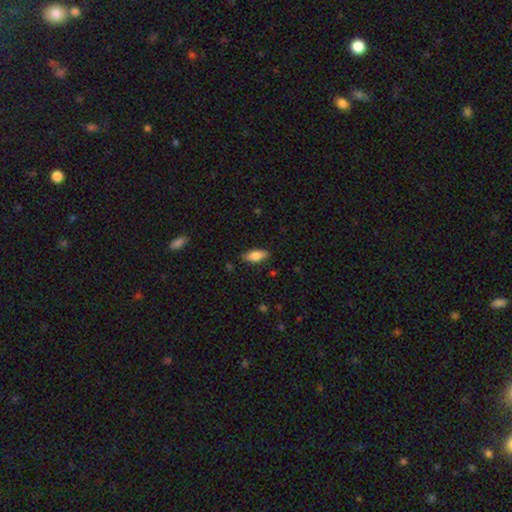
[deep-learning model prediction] smooth-or-featured: smooth: 80% | featured or disk: 14% | star or artifact: 6%
  how-rounded: in between: 80% | cigar-shaped: 17% | round: 2%
  merging: none: 85% | minor disturbance: 11% | major disturbance: 2% | merger: 1%